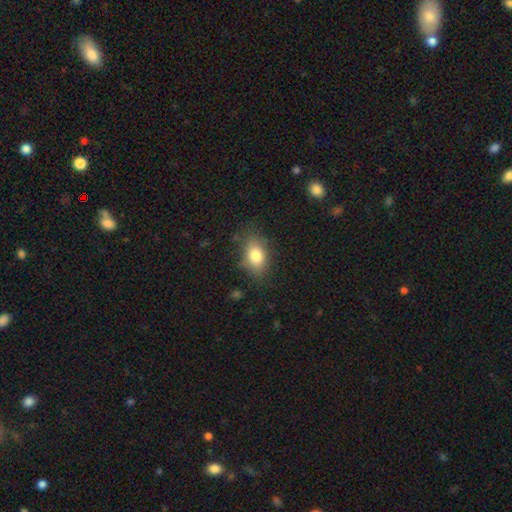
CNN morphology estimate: Smooth or featured?
  - smooth: 79% *
  - featured or disk: 12%
  - star or artifact: 9%
How rounded?
  - in between: 82% *
  - round: 15%
  - cigar-shaped: 2%
Merging?
  - none: 75% *
  - minor disturbance: 18%
  - major disturbance: 6%
  - merger: 2%